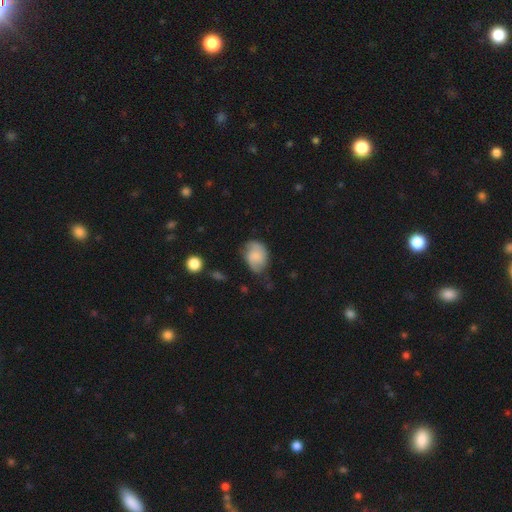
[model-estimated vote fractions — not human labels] smooth_or_featured: smooth (p=0.54) [alt: featured or disk p=0.38]
how_rounded: in between (p=0.68) [alt: round p=0.31]
merging: none (p=0.55) [alt: minor disturbance p=0.32]